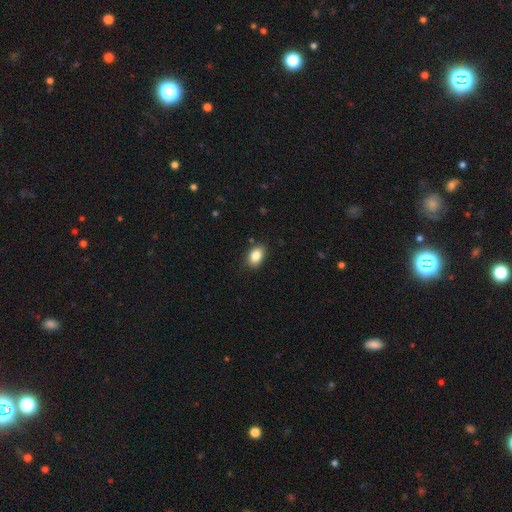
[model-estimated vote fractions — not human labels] smooth-or-featured: smooth: 86% | star or artifact: 8% | featured or disk: 6%
  how-rounded: in between: 86% | round: 12% | cigar-shaped: 1%
  merging: none: 86% | minor disturbance: 11% | major disturbance: 2% | merger: 1%